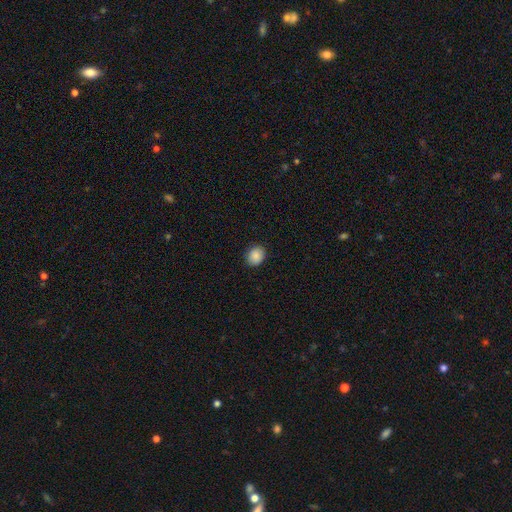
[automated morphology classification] Q: Smooth or featured?
A: smooth (88%); runner-up: star or artifact (8%)
Q: How rounded?
A: round (62%); runner-up: in between (37%)
Q: Merging?
A: none (89%); runner-up: minor disturbance (8%)